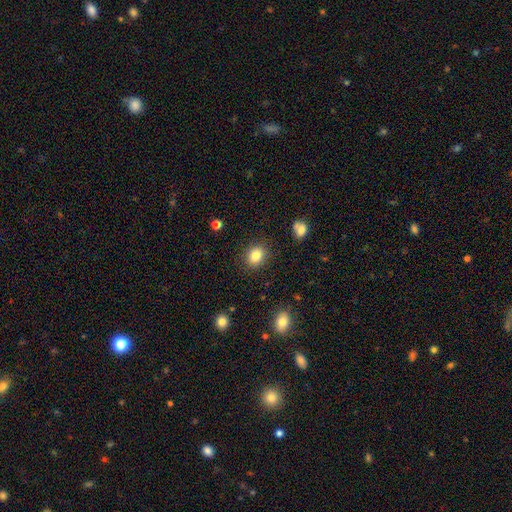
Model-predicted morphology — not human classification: Smooth or featured? Predicted: smooth (p=0.84). How rounded? Predicted: round (p=0.58). Merging? Predicted: none (p=0.87).